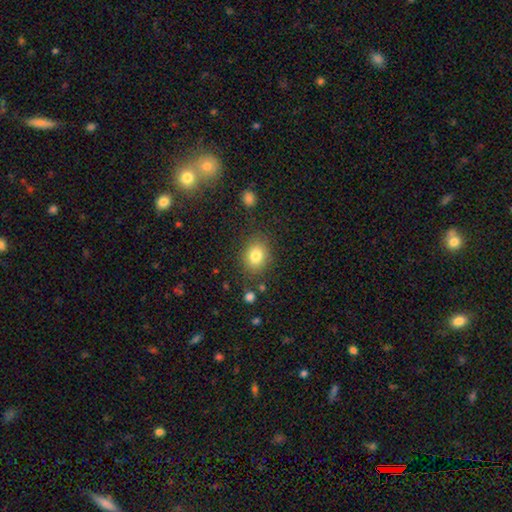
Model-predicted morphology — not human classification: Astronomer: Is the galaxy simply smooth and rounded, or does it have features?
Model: smooth — 82%.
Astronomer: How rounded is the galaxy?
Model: in between — 51% (runner-up: round, 48%).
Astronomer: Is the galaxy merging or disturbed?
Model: none — 81%.